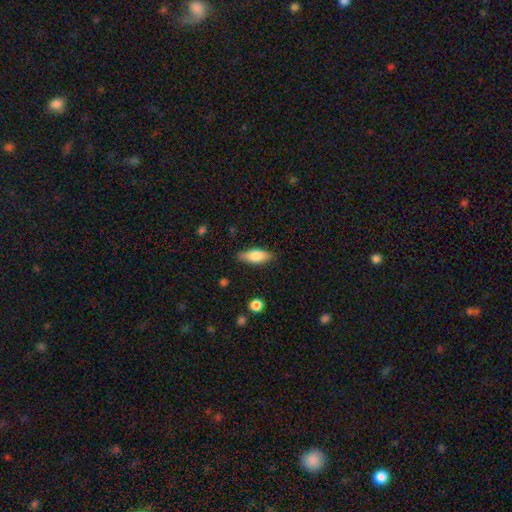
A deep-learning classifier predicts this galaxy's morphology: This is likely a smooth galaxy (74%). How rounded: likely in between (70%). Merging: clearly none (84%).